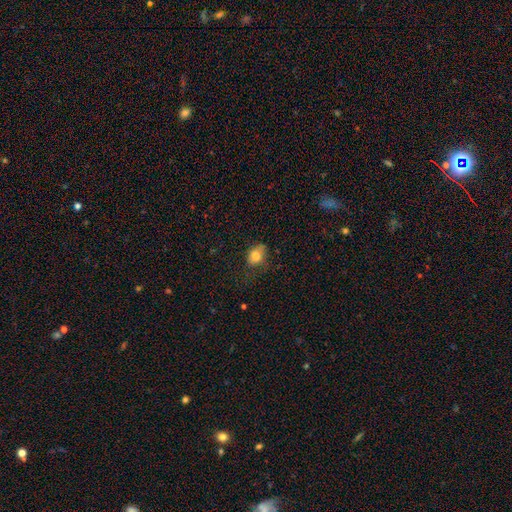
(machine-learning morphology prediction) A smooth galaxy with no disk features (79%) that is in between round and cigar-shaped (62%). Merging: none (53%).